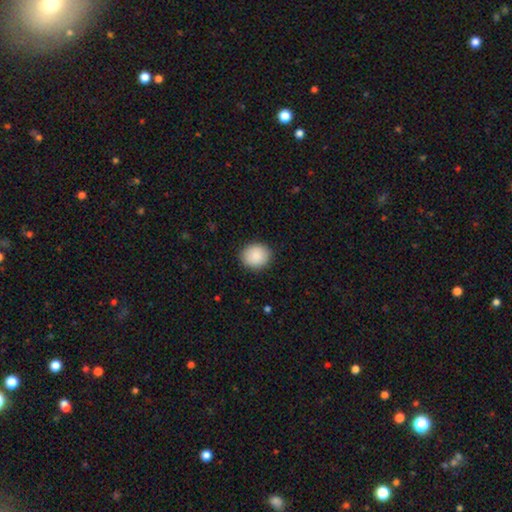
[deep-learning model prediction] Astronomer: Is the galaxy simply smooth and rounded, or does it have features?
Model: smooth — 88%.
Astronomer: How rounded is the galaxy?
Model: round — 73%.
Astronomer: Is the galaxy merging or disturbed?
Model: none — 90%.